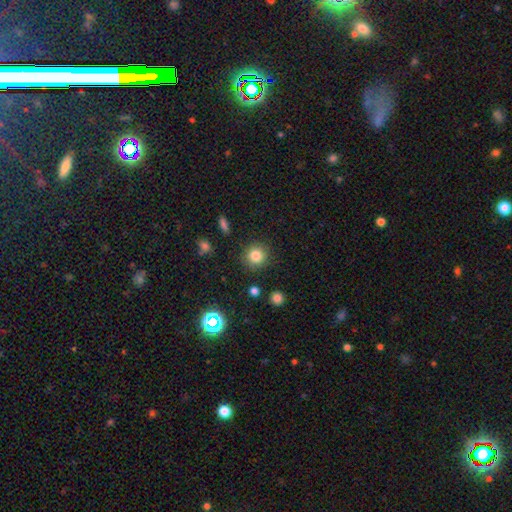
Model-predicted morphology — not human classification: Q: Smooth or featured?
A: smooth (81%); runner-up: star or artifact (12%)
Q: How rounded?
A: round (93%); runner-up: in between (6%)
Q: Merging?
A: none (88%); runner-up: minor disturbance (7%)